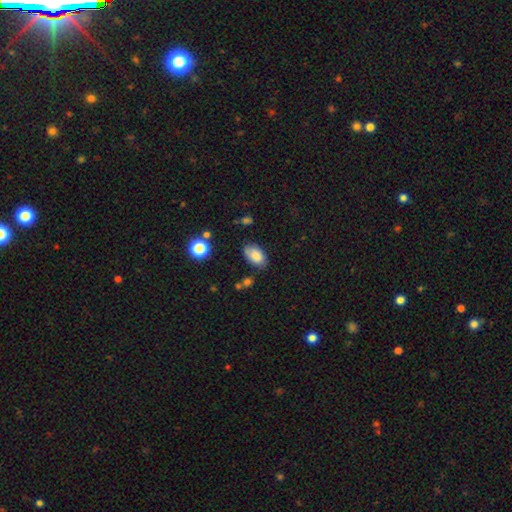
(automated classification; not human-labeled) A smooth galaxy with no disk features (80%) that is in between round and cigar-shaped (93%).

Vote fractions:
- Smooth or featured? smooth: 80% / featured or disk: 11% / star or artifact: 9%
- How rounded? in between: 93% / round: 6% / cigar-shaped: 1%
- Merging? none: 70% / minor disturbance: 21% / major disturbance: 5% / merger: 4%